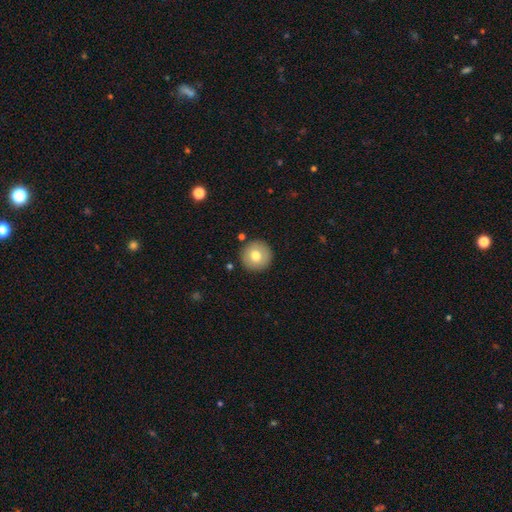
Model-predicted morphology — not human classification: smooth 75%, featured or disk 17%, star or artifact 8%. Down the decision tree: how rounded — round (96%); merging — none (90%).